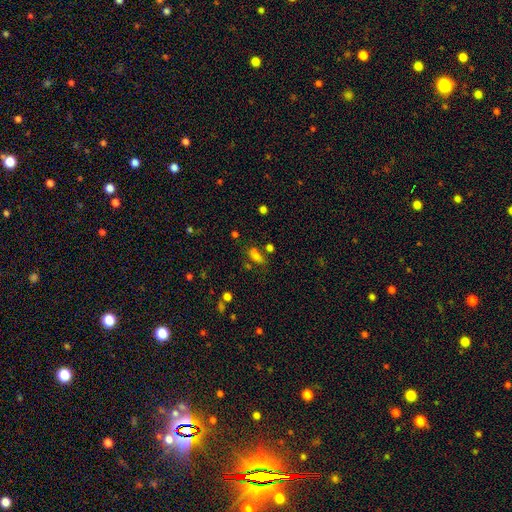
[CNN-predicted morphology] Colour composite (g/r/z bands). It shows a smooth galaxy with no disk features (70%) that is in between round and cigar-shaped (78%). Merging: none (55%).